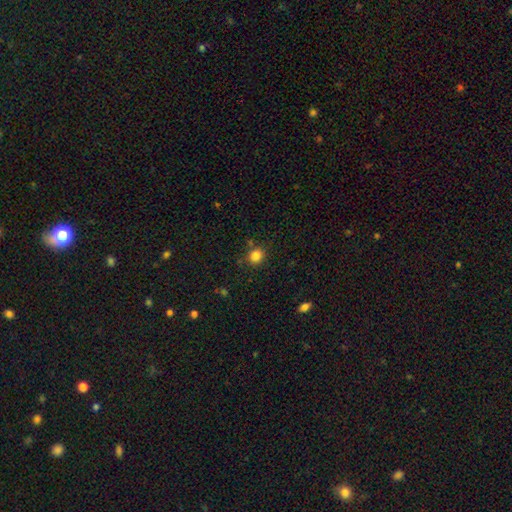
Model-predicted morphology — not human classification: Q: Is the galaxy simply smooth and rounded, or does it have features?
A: smooth — 84%.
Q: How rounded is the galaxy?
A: round — 78%.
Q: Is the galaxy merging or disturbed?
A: none — 82%.